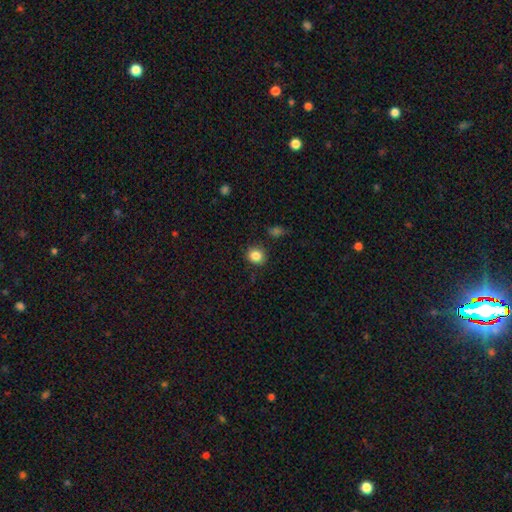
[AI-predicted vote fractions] Morphology: type=smooth (85%); roundness=round (80%); merging=none (87%).